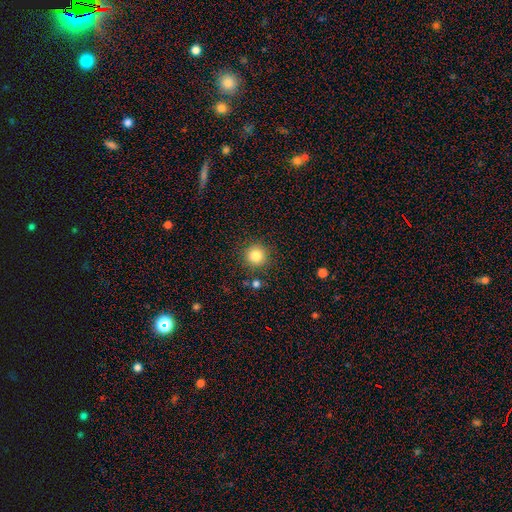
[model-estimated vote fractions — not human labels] Morphology: type=smooth (83%); roundness=round (95%); merging=none (88%).